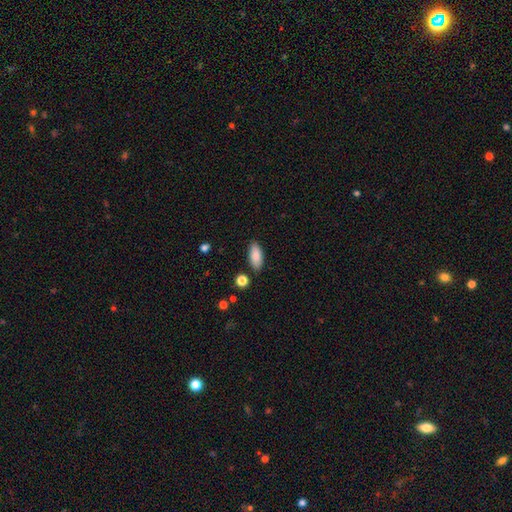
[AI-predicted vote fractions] Smooth or featured: smooth — 87% (star or artifact — 7%)
How rounded: in between — 84% (cigar-shaped — 14%)
Merging: none — 86% (minor disturbance — 9%)